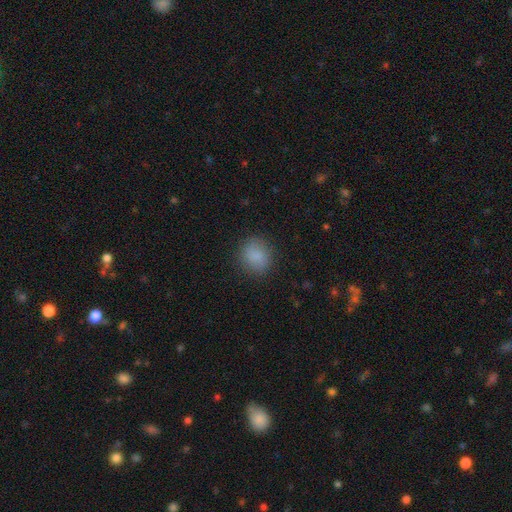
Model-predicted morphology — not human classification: smooth 86%, star or artifact 9%, featured or disk 6%. Down the decision tree: how rounded — round (75%); merging — none (84%).